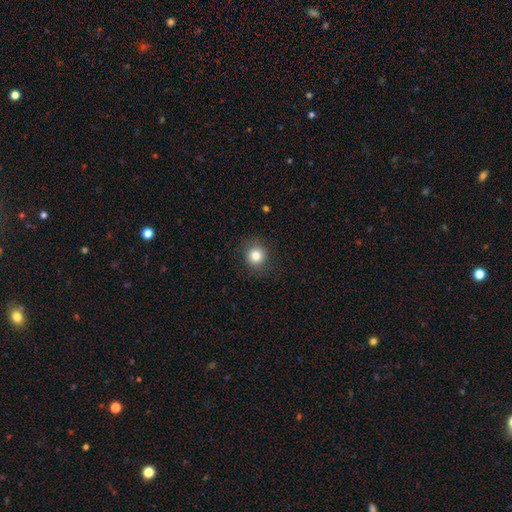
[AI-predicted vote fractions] This is clearly a smooth galaxy (83%). How rounded: clearly round (90%). Merging: clearly none (86%).